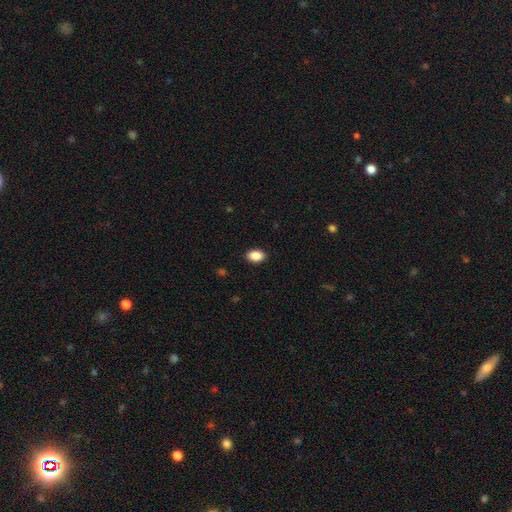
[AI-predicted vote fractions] smooth-or-featured: smooth: 88% | star or artifact: 8% | featured or disk: 4%
  how-rounded: in between: 86% | round: 13% | cigar-shaped: 1%
  merging: none: 90% | minor disturbance: 8% | major disturbance: 2% | merger: 1%